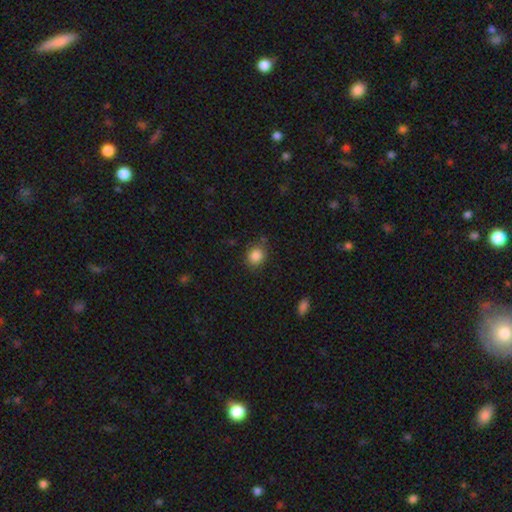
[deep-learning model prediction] Smooth or featured? smooth (86%)
How rounded? round (70%)
Merging? none (80%)